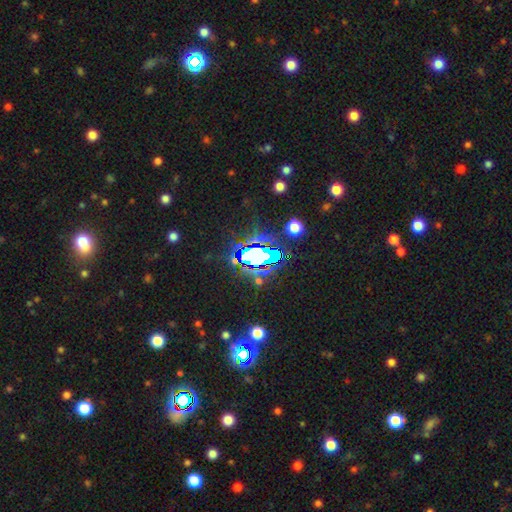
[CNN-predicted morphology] smooth-or-featured: star or artifact: 68% | smooth: 19% | featured or disk: 14%